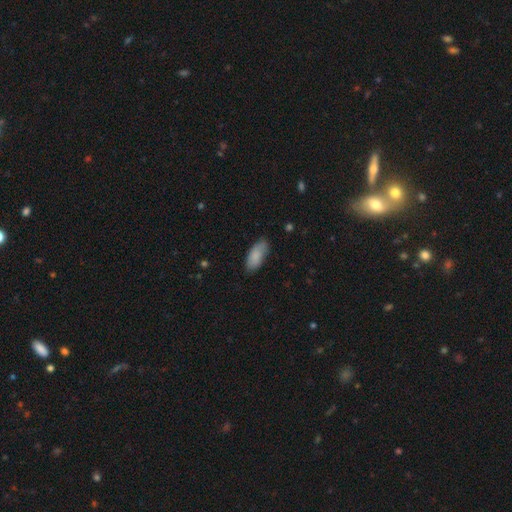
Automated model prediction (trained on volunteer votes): smooth-or-featured: smooth: 85% | featured or disk: 9% | star or artifact: 6%
  how-rounded: in between: 86% | cigar-shaped: 13% | round: 2%
  merging: none: 75% | minor disturbance: 20% | major disturbance: 4% | merger: 1%